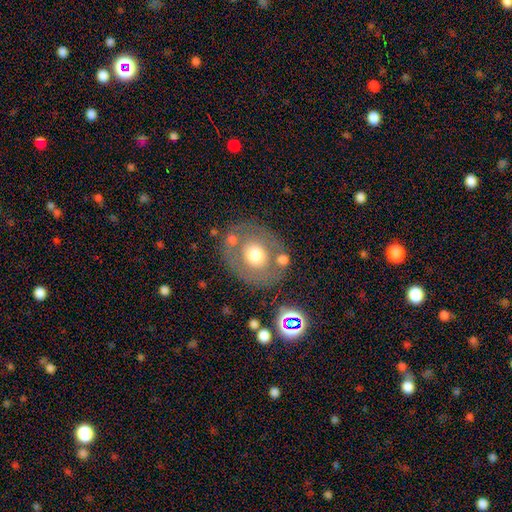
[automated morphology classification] Q: Smooth or featured?
A: smooth (52%); runner-up: featured or disk (37%)
Q: How rounded?
A: round (66%); runner-up: in between (33%)
Q: Merging?
A: none (74%); runner-up: minor disturbance (13%)